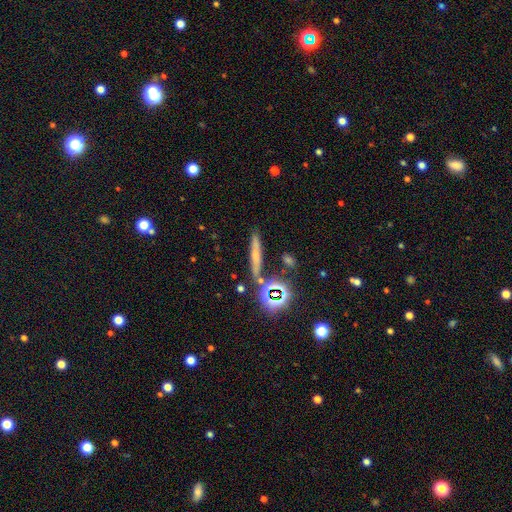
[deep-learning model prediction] Overall: smooth (44%; featured or disk 32%). Merging: none (81%).